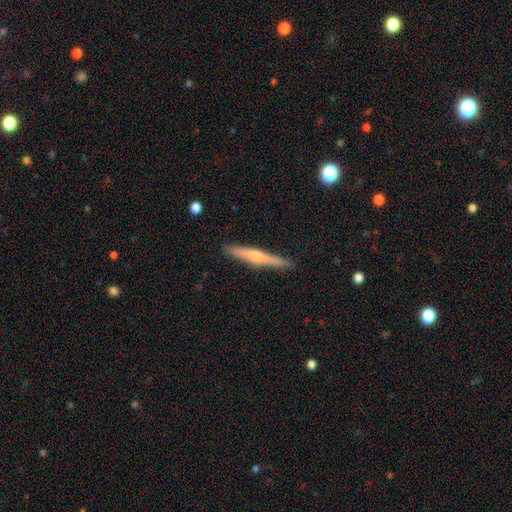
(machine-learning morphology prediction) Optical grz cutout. It shows a featured or disk galaxy (56%) viewed edge-on (97%) with a rounded central bulge (75%). Merging: none (89%).